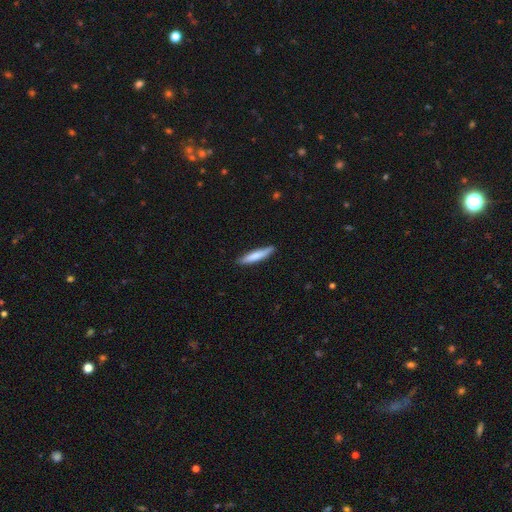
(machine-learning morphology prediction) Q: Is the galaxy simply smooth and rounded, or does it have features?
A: smooth — 76%.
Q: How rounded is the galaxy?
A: cigar-shaped — 89%.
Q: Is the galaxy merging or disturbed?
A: none — 85%.